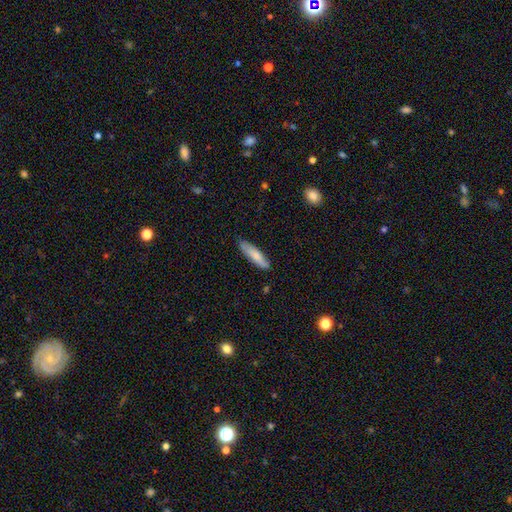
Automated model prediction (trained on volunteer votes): Morphology: type=smooth (74%); roundness=cigar-shaped (70%); merging=none (79%).